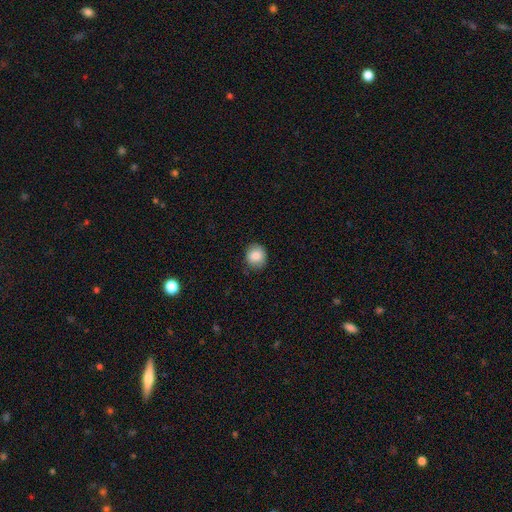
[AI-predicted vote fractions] This is clearly a smooth galaxy (85%). How rounded: clearly round (81%). Merging: clearly none (84%).